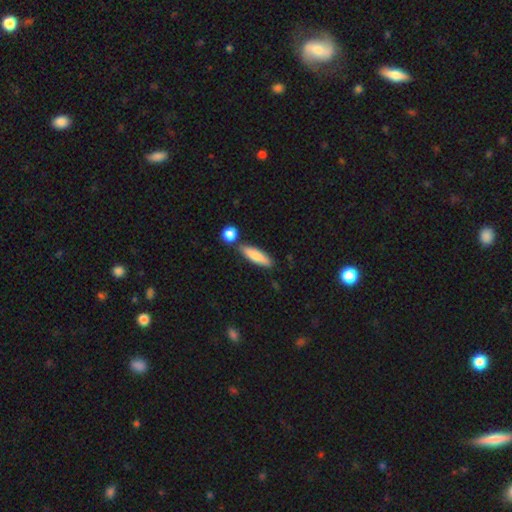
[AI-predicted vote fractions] smooth_or_featured: smooth (p=0.81) [alt: featured or disk p=0.14]
how_rounded: cigar-shaped (p=0.61) [alt: in between p=0.36]
merging: none (p=0.74) [alt: minor disturbance p=0.12]